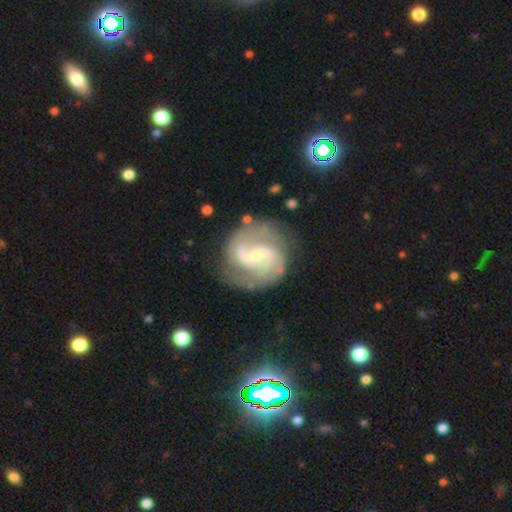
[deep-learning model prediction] Smooth or featured? Predicted: featured or disk (p=0.88). Edge-on disk? Predicted: no (p=0.98). Bar? Predicted: weak (p=0.48). Spiral arms? Predicted: yes (p=0.96). Spiral winding? Predicted: medium (p=0.52). Spiral arm count? Predicted: 2 (p=0.88). Bulge size? Predicted: small (p=0.65). Merging? Predicted: none (p=0.74).